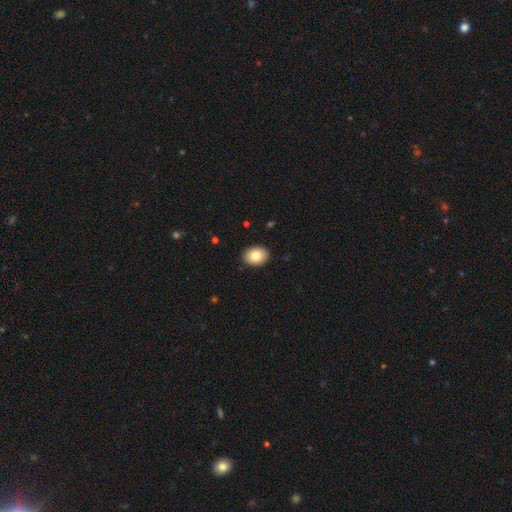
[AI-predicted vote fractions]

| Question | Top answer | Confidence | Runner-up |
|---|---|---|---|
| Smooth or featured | smooth | 83% | featured or disk (10%) |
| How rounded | in between | 71% | round (28%) |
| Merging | none | 90% | minor disturbance (7%) |